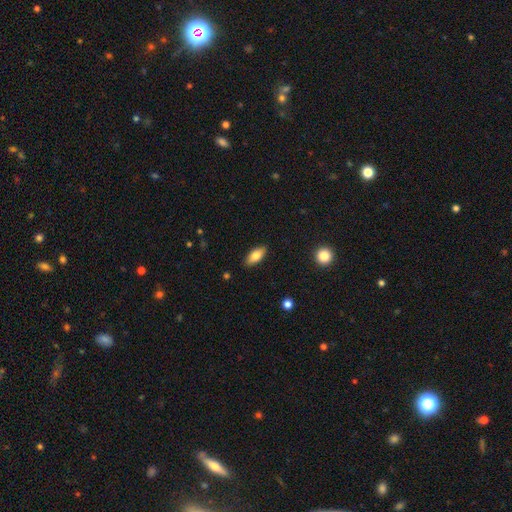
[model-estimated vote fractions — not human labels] Smooth or featured? smooth (79%)
How rounded? in between (86%)
Merging? none (88%)